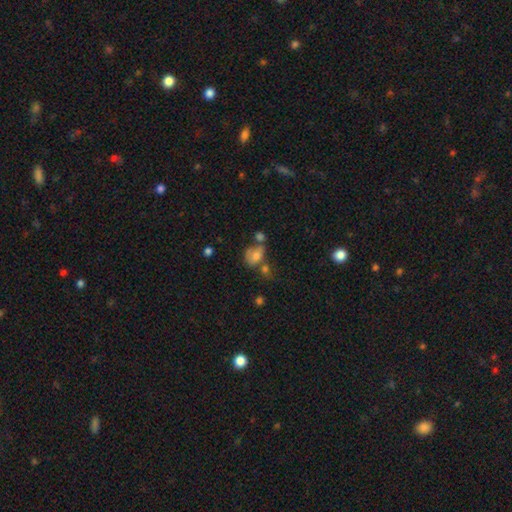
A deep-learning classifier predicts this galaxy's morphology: Overall: smooth (67%). How rounded: in between (70%). Merging: merger (35%; none 28%).